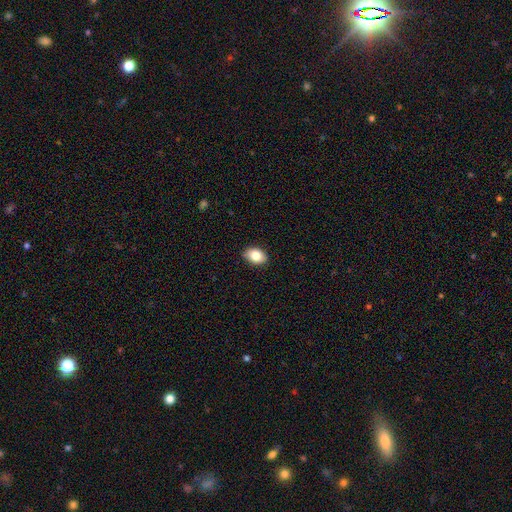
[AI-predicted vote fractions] Smooth or featured? smooth (84%)
How rounded? in between (83%)
Merging? none (87%)